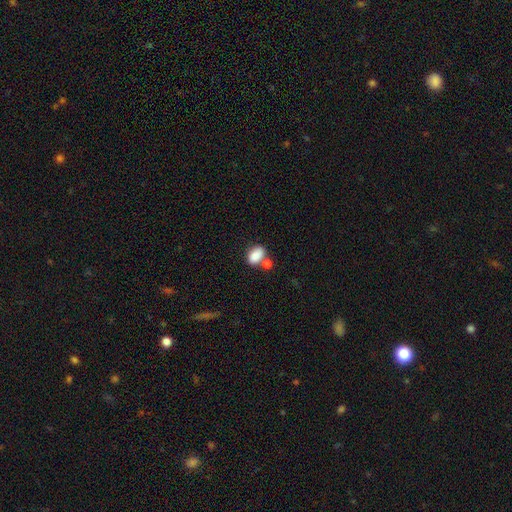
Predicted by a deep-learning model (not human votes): Overall: smooth (84%). How rounded: in between (82%). Merging: none (45%; merger 35%).